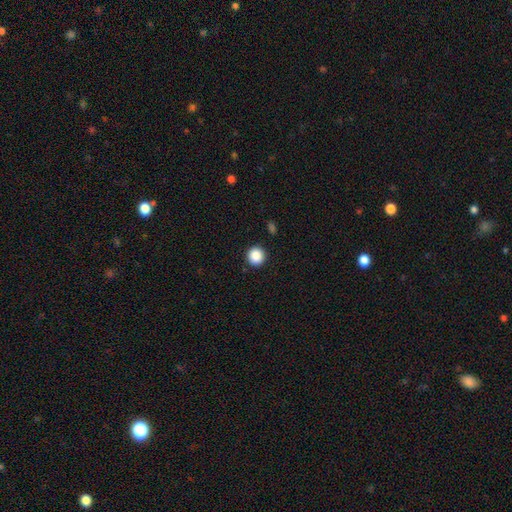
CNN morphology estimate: smooth 88%, star or artifact 9%, featured or disk 3%. Down the decision tree: how rounded — round (94%); merging — none (92%).